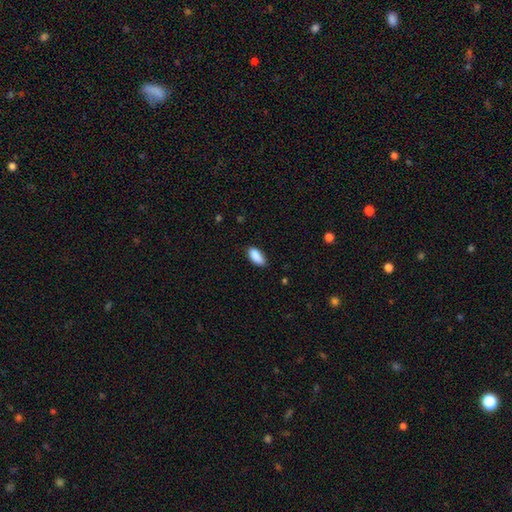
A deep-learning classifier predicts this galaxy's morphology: Smooth or featured? smooth (89%)
How rounded? in between (88%)
Merging? none (78%)